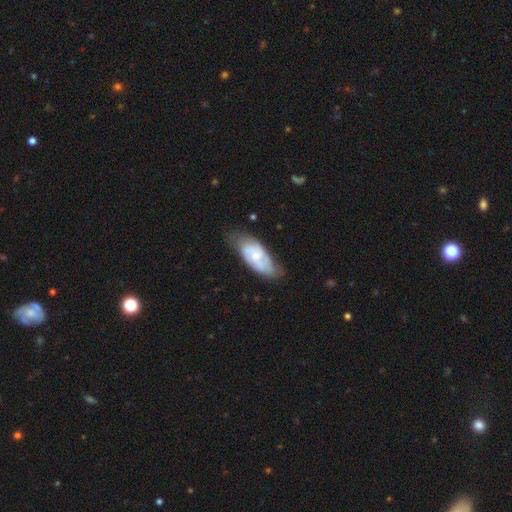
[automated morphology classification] featured or disk 57%, smooth 37%, star or artifact 6%. Down the decision tree: edge-on disk — no (91%); bar — no (61%); spiral arms — yes (78%); bulge size — small (53%); merging — none (58%).